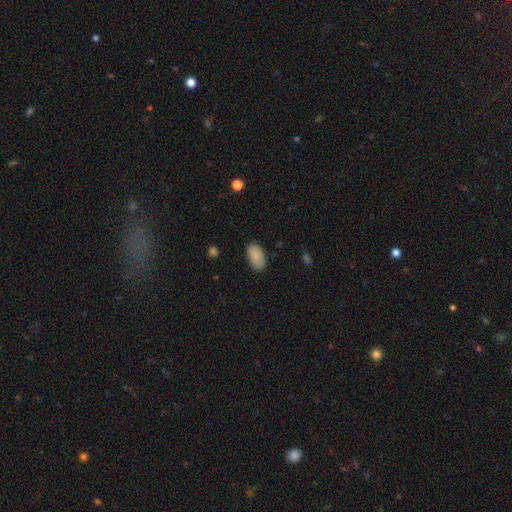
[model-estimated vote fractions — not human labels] Q: Smooth or featured?
A: smooth (88%); runner-up: star or artifact (7%)
Q: How rounded?
A: in between (94%); runner-up: round (4%)
Q: Merging?
A: none (84%); runner-up: minor disturbance (12%)